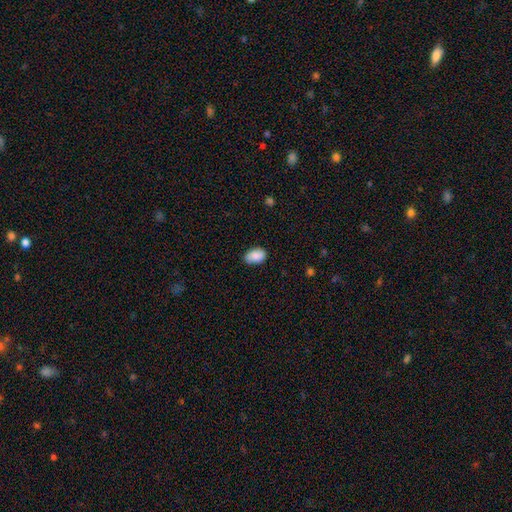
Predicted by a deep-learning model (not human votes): Smooth or featured? Predicted: smooth (p=0.86). How rounded? Predicted: in between (p=0.90). Merging? Predicted: none (p=0.80).